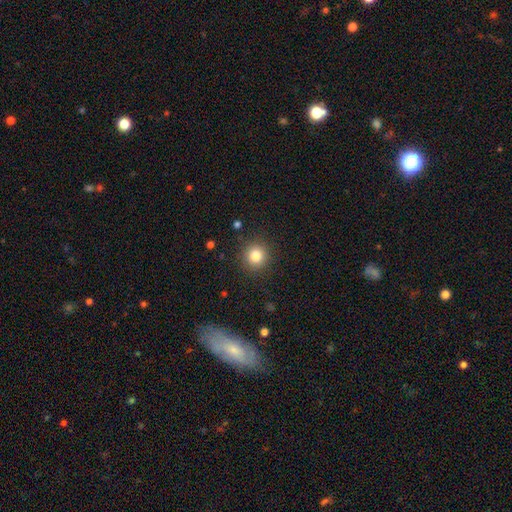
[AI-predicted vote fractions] A smooth galaxy with no disk features (82%) that is round (93%).

Vote fractions:
- Smooth or featured? smooth: 82% / star or artifact: 12% / featured or disk: 6%
- How rounded? round: 93% / in between: 6% / cigar-shaped: 1%
- Merging? none: 90% / minor disturbance: 6% / major disturbance: 2% / merger: 1%